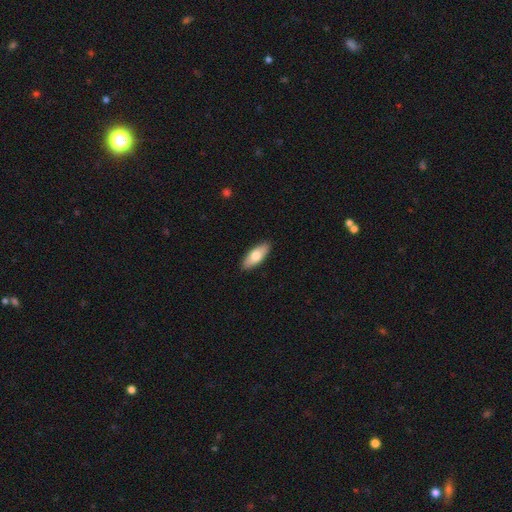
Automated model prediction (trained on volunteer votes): A smooth galaxy with no disk features (74%) that is in between round and cigar-shaped (76%). Merging: none (90%).